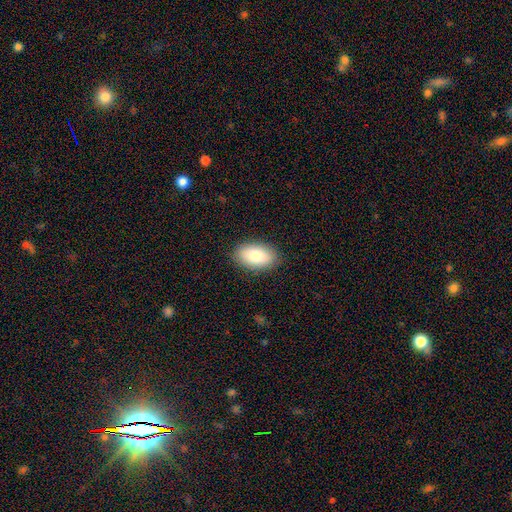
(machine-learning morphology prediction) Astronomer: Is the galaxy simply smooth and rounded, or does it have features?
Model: smooth — 85%.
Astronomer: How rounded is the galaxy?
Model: in between — 94%.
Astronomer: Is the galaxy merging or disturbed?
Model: none — 87%.